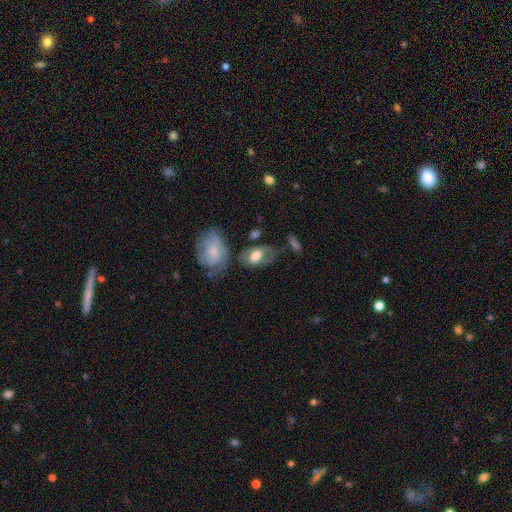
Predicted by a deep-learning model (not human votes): A smooth galaxy with no disk features (62%) that is in between round and cigar-shaped (88%). Merging: none (50%).